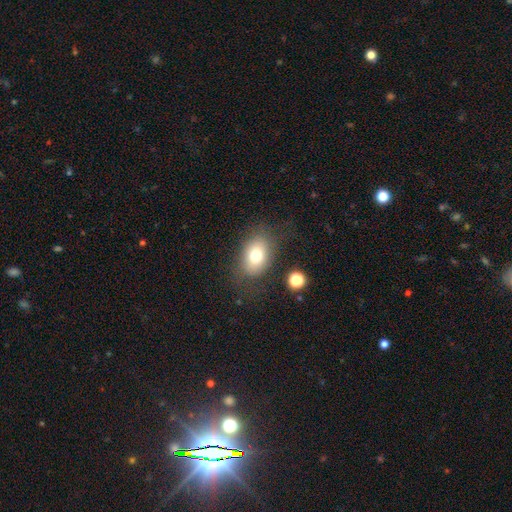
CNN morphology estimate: This appears to be a smooth galaxy with no disk features (74%) that is in between round and cigar-shaped (80%). Merging: none (75%).